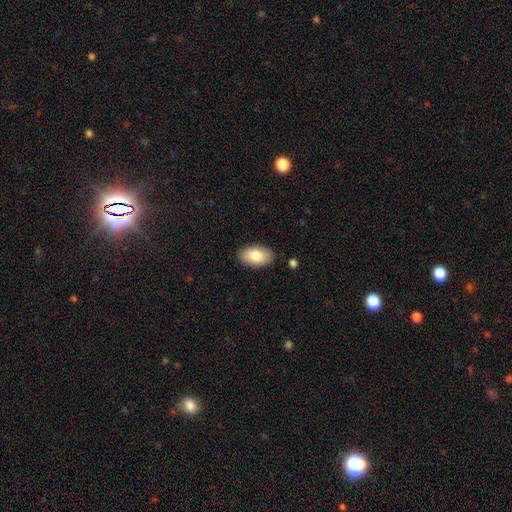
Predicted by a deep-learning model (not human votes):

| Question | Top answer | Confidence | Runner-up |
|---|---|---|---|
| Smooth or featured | smooth | 81% | featured or disk (12%) |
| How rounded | in between | 93% | round (6%) |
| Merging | none | 86% | minor disturbance (10%) |